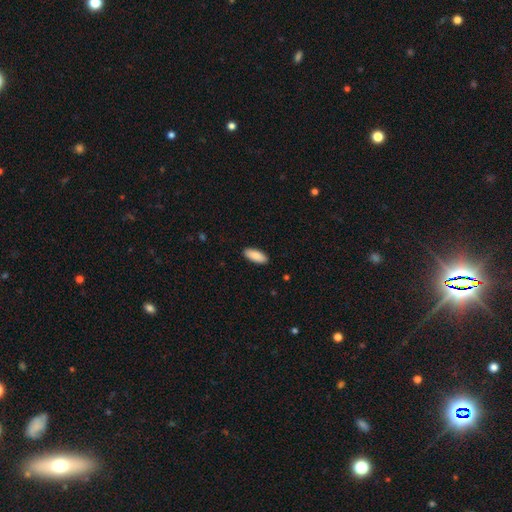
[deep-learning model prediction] Smooth or featured: smooth — 89% (star or artifact — 6%)
How rounded: in between — 84% (cigar-shaped — 14%)
Merging: none — 90% (minor disturbance — 7%)